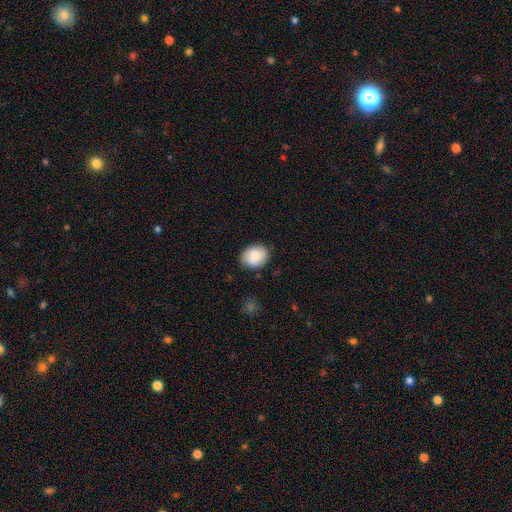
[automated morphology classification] A smooth galaxy with no disk features (81%) that is round (50%).

Vote fractions:
- Smooth or featured? smooth: 81% / featured or disk: 12% / star or artifact: 7%
- How rounded? round: 50% / in between: 49% / cigar-shaped: 1%
- Merging? none: 83% / minor disturbance: 12% / major disturbance: 3% / merger: 2%